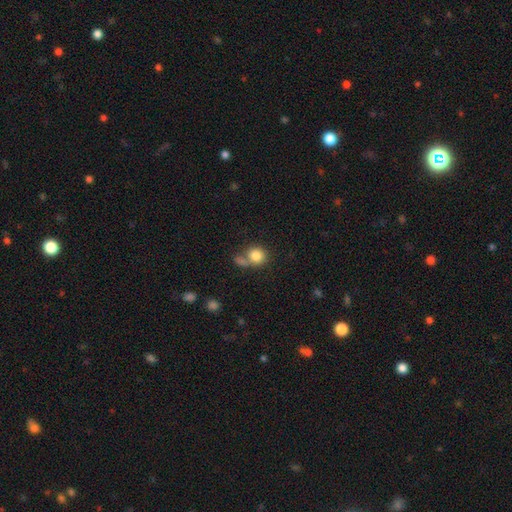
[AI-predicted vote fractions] Smooth or featured? Predicted: smooth (p=0.83). How rounded? Predicted: round (p=0.82). Merging? Predicted: none (p=0.49).